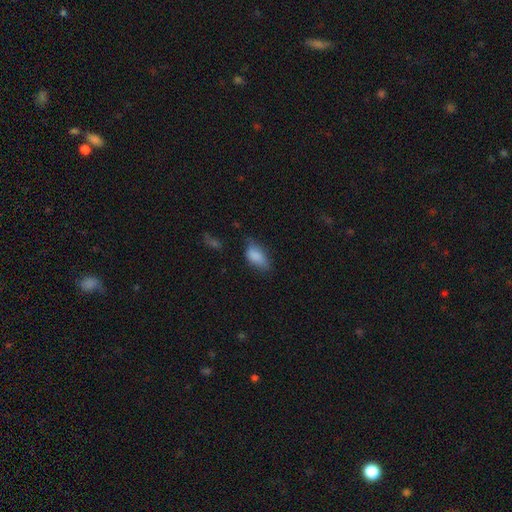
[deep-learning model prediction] smooth-or-featured: smooth: 85% | star or artifact: 8% | featured or disk: 7%
  how-rounded: in between: 91% | cigar-shaped: 6% | round: 4%
  merging: none: 52% | minor disturbance: 34% | major disturbance: 11% | merger: 3%